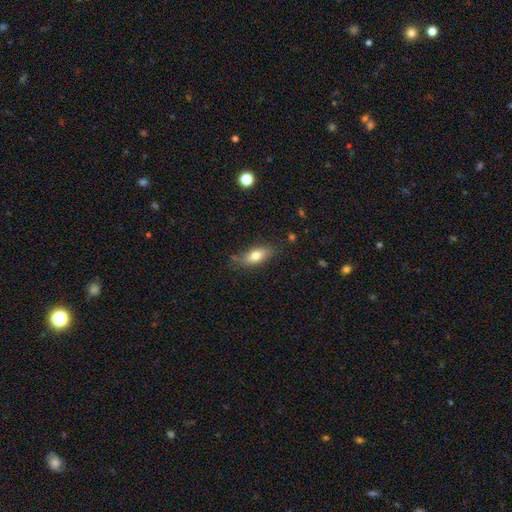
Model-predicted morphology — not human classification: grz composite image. It shows a smooth galaxy with no disk features (75%) that is in between round and cigar-shaped (78%). Merging: none (73%).